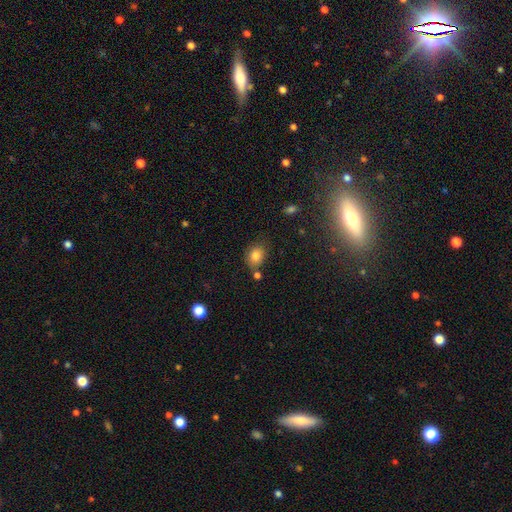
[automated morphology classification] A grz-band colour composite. It shows a smooth galaxy with no disk features (82%) that is round (52%). Merging: none (69%).